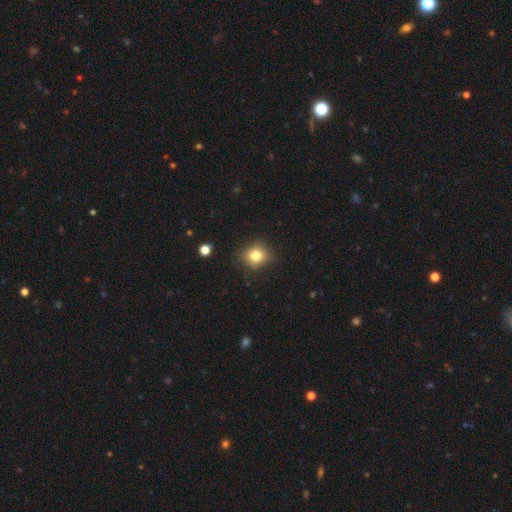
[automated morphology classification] Q: Smooth or featured?
A: smooth (80%); runner-up: star or artifact (12%)
Q: How rounded?
A: round (79%); runner-up: in between (20%)
Q: Merging?
A: none (84%); runner-up: minor disturbance (12%)